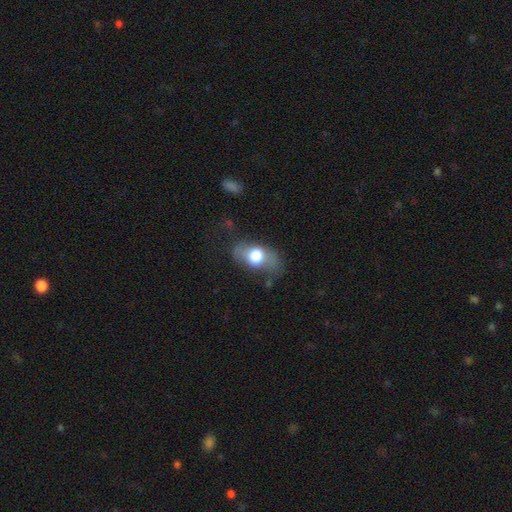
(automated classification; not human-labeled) smooth 58%, featured or disk 34%, star or artifact 8%. Down the decision tree: how rounded — in between (84%); merging — none (54%).